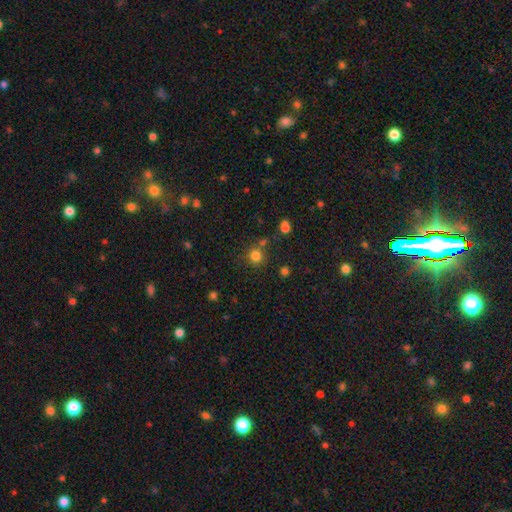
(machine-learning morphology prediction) A smooth galaxy with no disk features (80%) that is round (90%). Merging: none (73%).